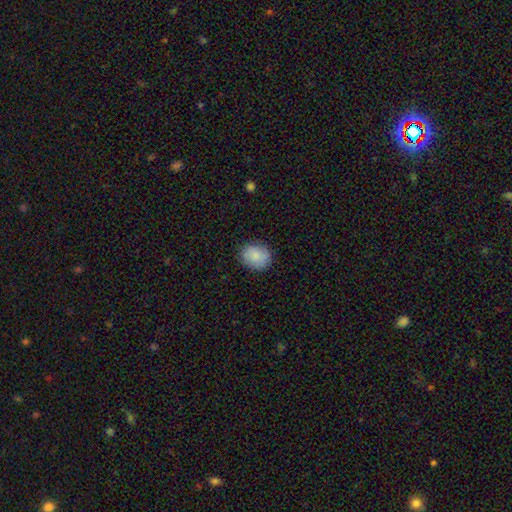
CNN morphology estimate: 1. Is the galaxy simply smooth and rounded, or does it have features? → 85% smooth, 7% featured or disk, 7% star or artifact.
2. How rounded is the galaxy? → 61% round, 39% in between, 1% cigar-shaped.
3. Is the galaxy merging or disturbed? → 85% none, 11% minor disturbance, 3% major disturbance, 1% merger.